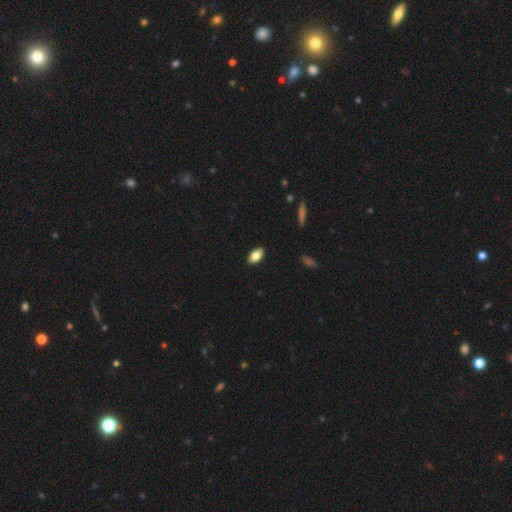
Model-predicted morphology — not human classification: smooth 78%, featured or disk 14%, star or artifact 7%. Down the decision tree: how rounded — in between (90%); merging — none (88%).